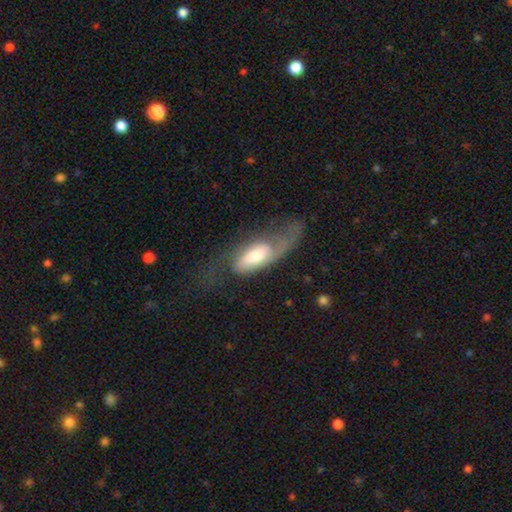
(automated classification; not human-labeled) Smooth or featured? featured or disk (58%)
Edge-on disk? no (88%)
Bar? no (56%)
Spiral arms? yes (83%)
Bulge size? moderate (47%)
Merging? major disturbance (46%)